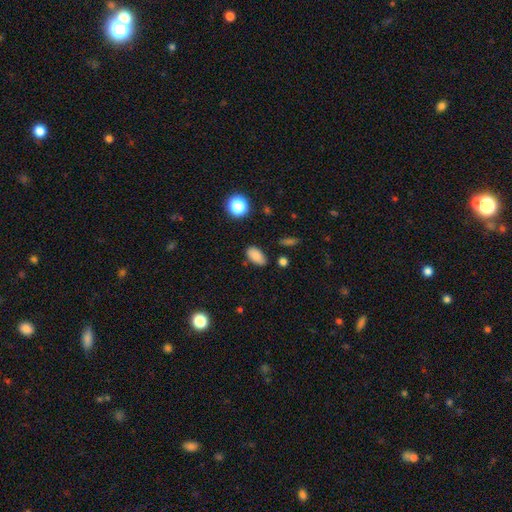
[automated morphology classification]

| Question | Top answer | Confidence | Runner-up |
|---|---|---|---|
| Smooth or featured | smooth | 84% | star or artifact (10%) |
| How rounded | in between | 91% | round (6%) |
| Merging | none | 81% | minor disturbance (14%) |